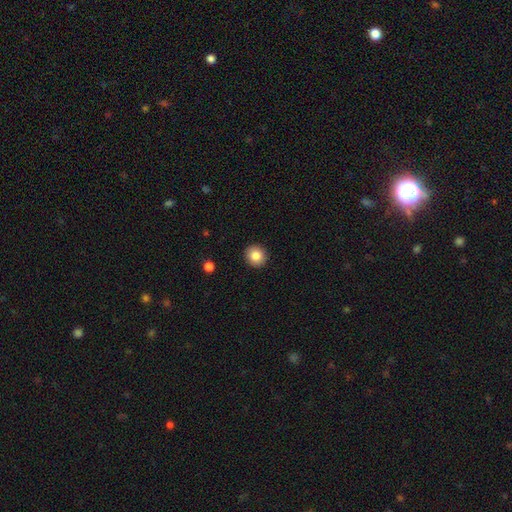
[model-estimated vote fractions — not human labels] A smooth galaxy with no disk features (84%) that is round (91%). Merging: none (92%).